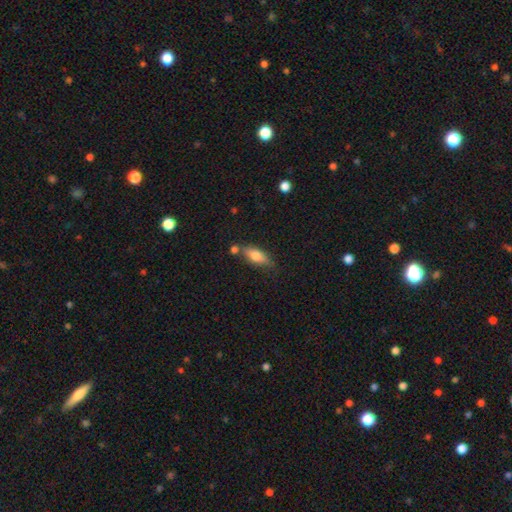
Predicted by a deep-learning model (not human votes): Smooth or featured? smooth (71%)
How rounded? in between (70%)
Merging? none (62%)